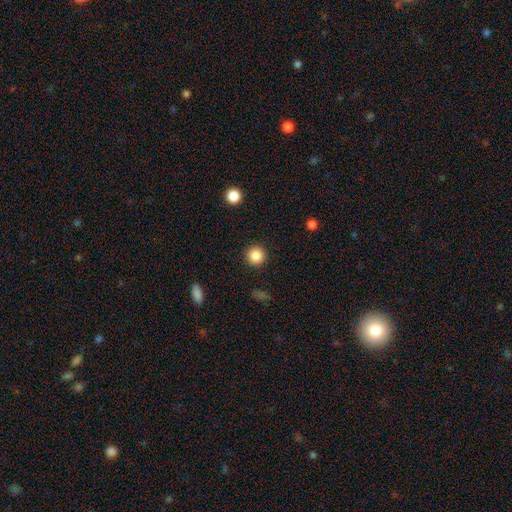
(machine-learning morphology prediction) smooth_or_featured: smooth (p=0.86) [alt: star or artifact p=0.10]
how_rounded: round (p=0.95) [alt: in between p=0.04]
merging: none (p=0.92) [alt: minor disturbance p=0.05]